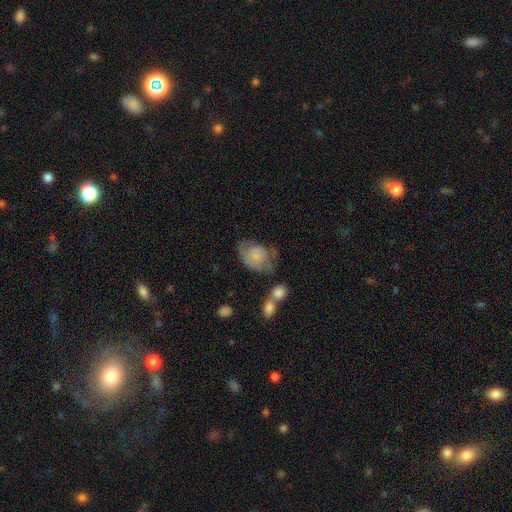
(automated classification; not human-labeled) Morphology: type=smooth (58%); roundness=in between (66%); merging=none (38%).